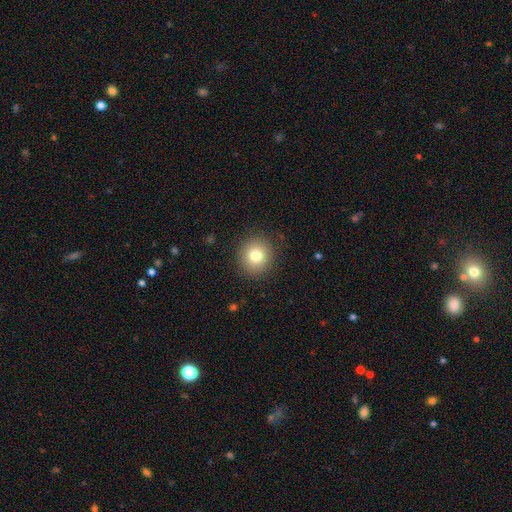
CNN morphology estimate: type=smooth (79%); roundness=round (91%); merging=none (89%).